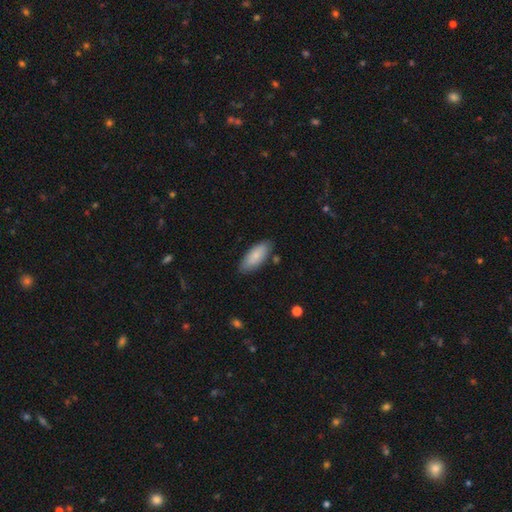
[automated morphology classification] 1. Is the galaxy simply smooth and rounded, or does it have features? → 82% smooth, 12% featured or disk, 6% star or artifact.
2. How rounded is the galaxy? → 81% in between, 17% cigar-shaped, 2% round.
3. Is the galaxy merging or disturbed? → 81% none, 14% minor disturbance, 3% merger, 3% major disturbance.